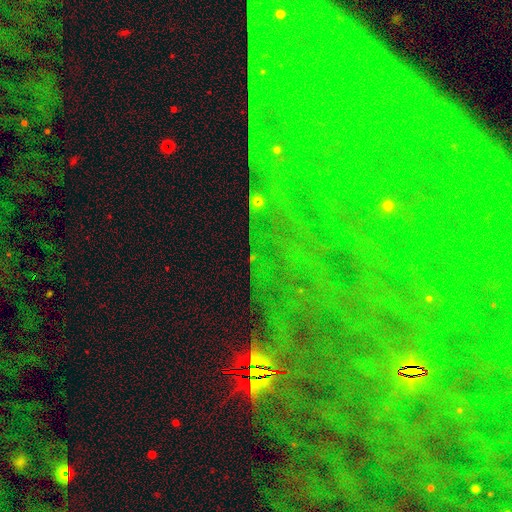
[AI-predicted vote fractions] Smooth or featured?
  - star or artifact: 83% *
  - featured or disk: 9%
  - smooth: 8%